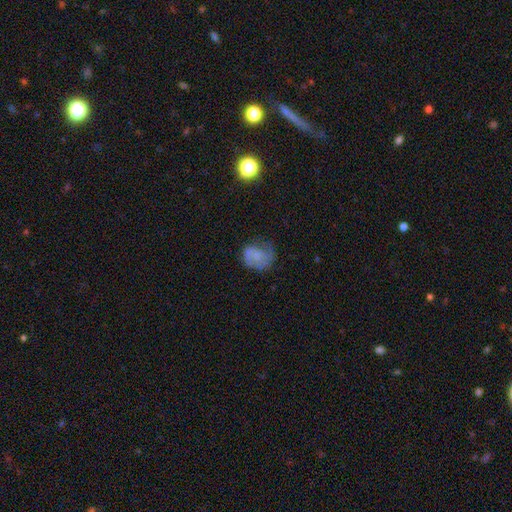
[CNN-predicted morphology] Smooth or featured? smooth (49%)
Merging? none (46%)